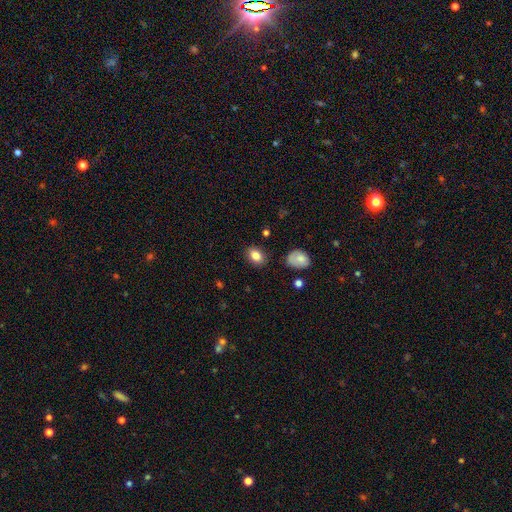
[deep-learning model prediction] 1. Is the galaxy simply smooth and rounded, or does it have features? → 83% smooth, 9% star or artifact, 8% featured or disk.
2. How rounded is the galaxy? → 72% in between, 26% round, 1% cigar-shaped.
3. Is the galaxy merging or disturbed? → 83% none, 12% minor disturbance, 3% major disturbance, 2% merger.